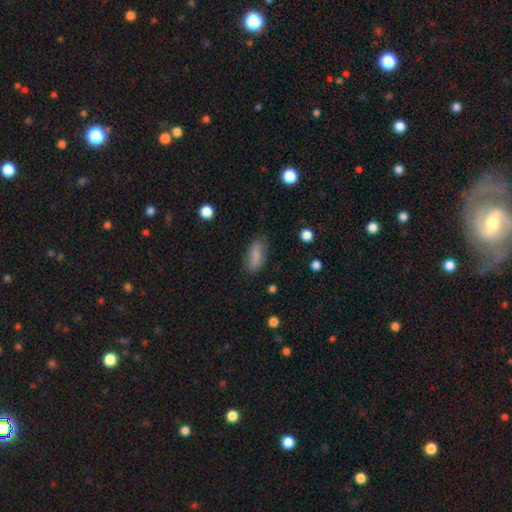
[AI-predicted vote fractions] smooth 80%, featured or disk 12%, star or artifact 8%. Down the decision tree: how rounded — in between (76%); merging — none (69%).